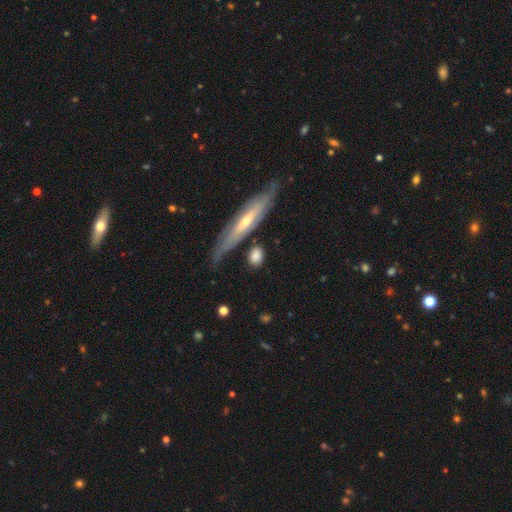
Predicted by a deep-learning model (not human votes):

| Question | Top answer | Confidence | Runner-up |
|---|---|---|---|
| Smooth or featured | smooth | 73% | featured or disk (21%) |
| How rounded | round | 42% | in between (37%) |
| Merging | none | 70% | minor disturbance (16%) |